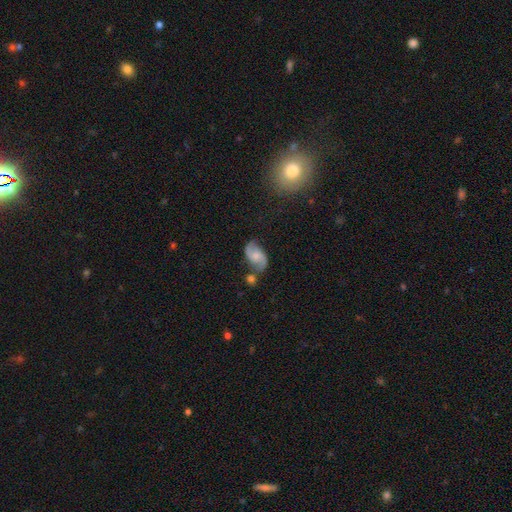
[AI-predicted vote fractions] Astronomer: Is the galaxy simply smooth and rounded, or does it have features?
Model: featured or disk — 69%.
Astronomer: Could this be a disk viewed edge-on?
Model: no — 97%.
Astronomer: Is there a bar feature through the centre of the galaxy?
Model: no — 58% (runner-up: weak, 35%).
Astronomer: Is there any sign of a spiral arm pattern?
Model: yes — 93%.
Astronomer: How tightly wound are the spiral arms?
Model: loose — 46% (runner-up: medium, 40%).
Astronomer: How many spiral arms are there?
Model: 2 — 90%.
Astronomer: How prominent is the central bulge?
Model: moderate — 36% (runner-up: small, 35%).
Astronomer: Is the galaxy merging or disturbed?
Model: none — 56%.